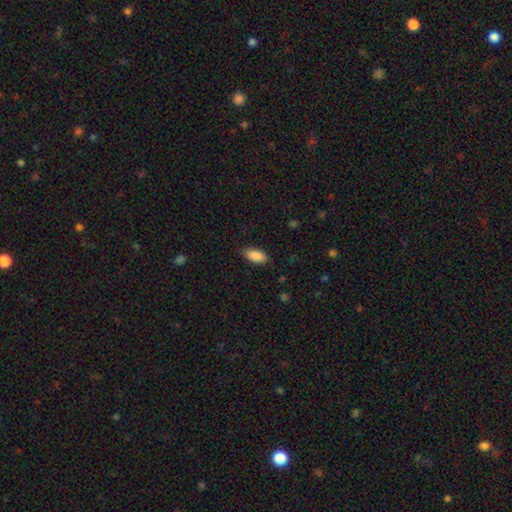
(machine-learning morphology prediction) This is clearly a smooth galaxy (89%). How rounded: clearly in between (92%). Merging: clearly none (85%).